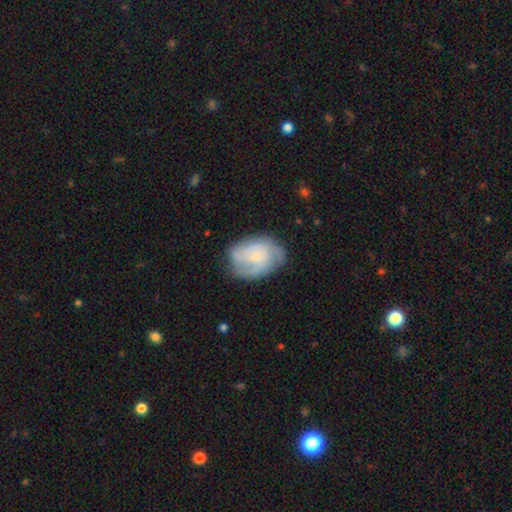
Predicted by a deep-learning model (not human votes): A featured or disk galaxy (66%) with no bar (72%), tight (48%) spiral arms (84%) and a small central bulge (68%).

Vote fractions:
- Smooth or featured? featured or disk: 66% / smooth: 28% / star or artifact: 6%
- Edge-on disk? no: 97% / yes: 3%
- Bar? no: 72% / weak: 25% / strong: 4%
- Spiral arms? yes: 84% / no: 16%
- Spiral winding? tight: 48% / medium: 39% / loose: 14%
- Spiral arm count? can't tell: 37% / 2: 28% / 3: 21% / 4: 5% / 1: 5% / more than 4: 3%
- Bulge size? small: 68% / moderate: 25% / none: 5% / large: 2% / dominant: 1%
- Merging? none: 64% / minor disturbance: 25% / major disturbance: 10% / merger: 2%